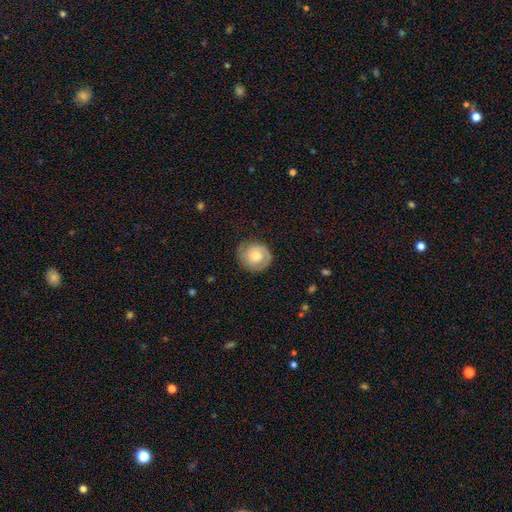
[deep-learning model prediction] smooth_or_featured: smooth (p=0.50) [alt: featured or disk p=0.43]
merging: none (p=0.77) [alt: minor disturbance p=0.16]